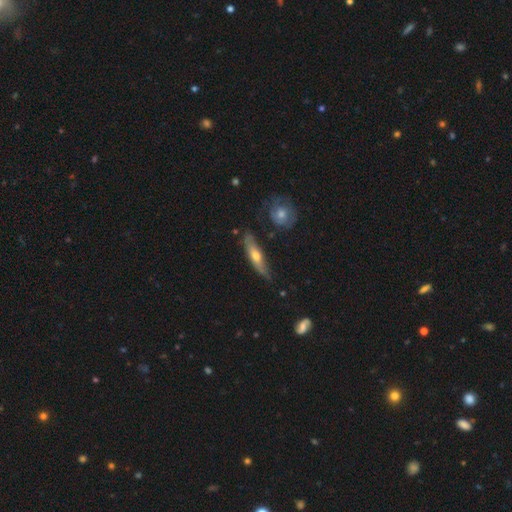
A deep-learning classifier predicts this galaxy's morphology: Smooth or featured? featured or disk (48%)
Merging? none (70%)